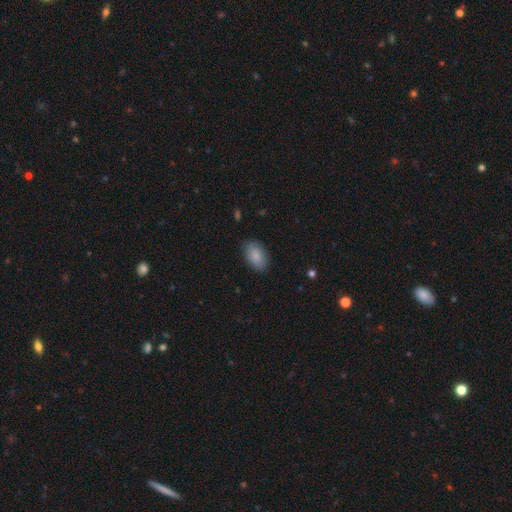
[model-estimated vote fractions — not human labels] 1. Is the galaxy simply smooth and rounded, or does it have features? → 88% smooth, 6% featured or disk, 6% star or artifact.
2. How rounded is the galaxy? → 93% in between, 6% round, 1% cigar-shaped.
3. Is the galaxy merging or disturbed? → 85% none, 11% minor disturbance, 3% major disturbance, 1% merger.